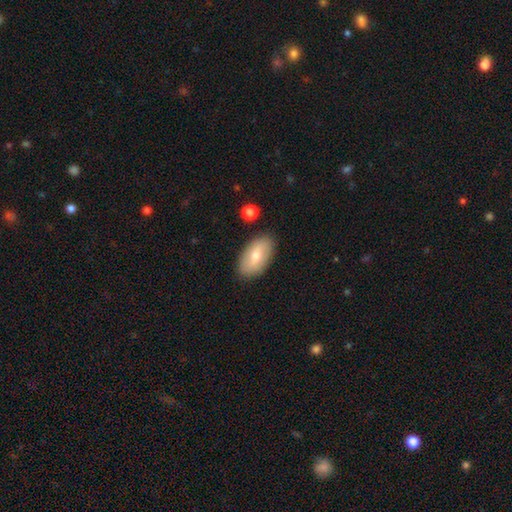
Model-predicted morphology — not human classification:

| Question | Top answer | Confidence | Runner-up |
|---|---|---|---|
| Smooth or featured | smooth | 66% | featured or disk (28%) |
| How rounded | in between | 93% | round (4%) |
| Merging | none | 86% | minor disturbance (10%) |